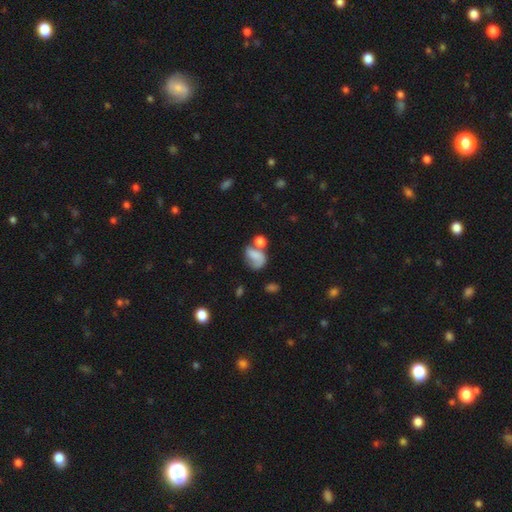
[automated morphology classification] smooth 63%, featured or disk 25%, star or artifact 12%. Down the decision tree: how rounded — in between (67%); merging — merger (32%).